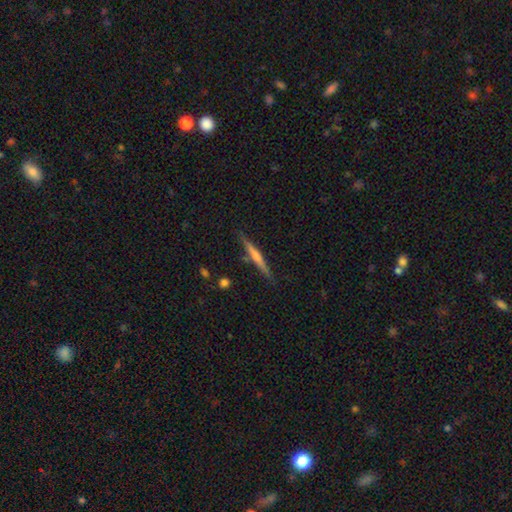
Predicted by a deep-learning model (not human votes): A featured or disk galaxy (66%) viewed edge-on (98%) with a rounded central bulge (65%). Merging: none (88%).